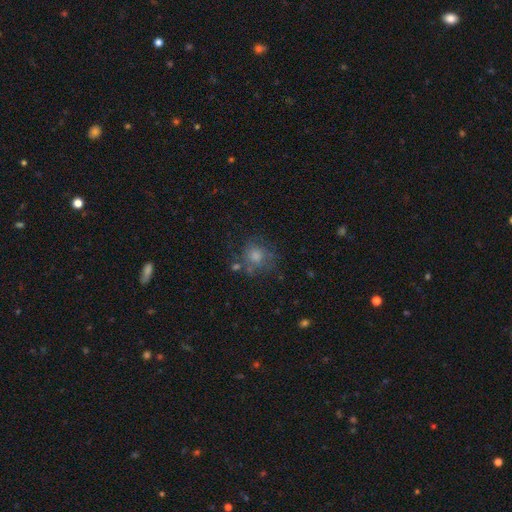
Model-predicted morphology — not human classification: The model was most divided on "smooth or featured": smooth: 54%, featured or disk: 27%, star or artifact: 19%. More confident: how rounded — round (83%); merging — none (65%).